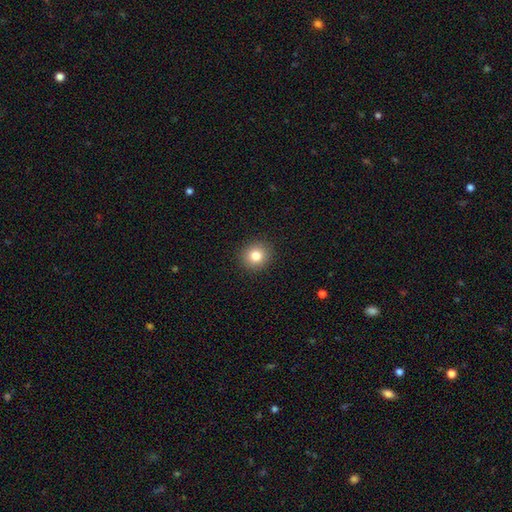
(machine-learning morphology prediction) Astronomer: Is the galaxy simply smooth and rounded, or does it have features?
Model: smooth — 81%.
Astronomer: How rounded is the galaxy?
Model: round — 89%.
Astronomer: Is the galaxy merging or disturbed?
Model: none — 92%.